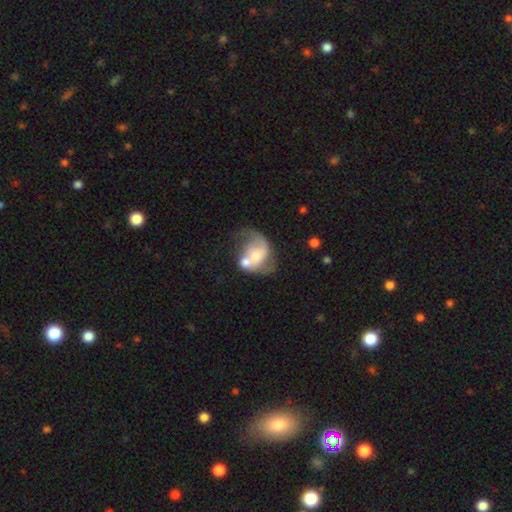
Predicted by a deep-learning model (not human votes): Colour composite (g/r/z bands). It shows a featured or disk galaxy (67%) with no bar (63%), 2 (67%) loose (49%) spiral arms (79%) and a moderate central bulge (45%). Merging: merger (38%).